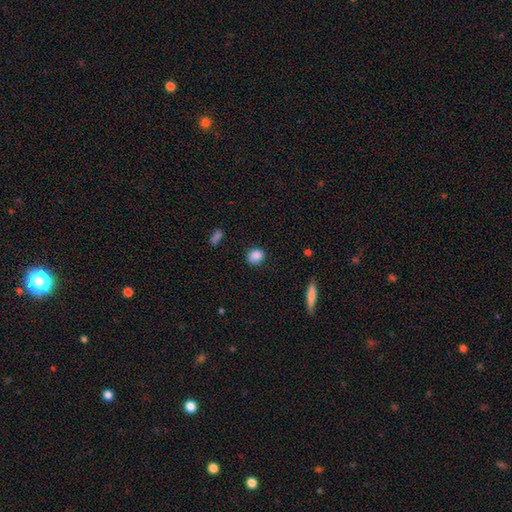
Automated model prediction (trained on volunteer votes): Smooth or featured: smooth — 88% (star or artifact — 9%)
How rounded: round — 61% (in between — 38%)
Merging: none — 84% (minor disturbance — 12%)